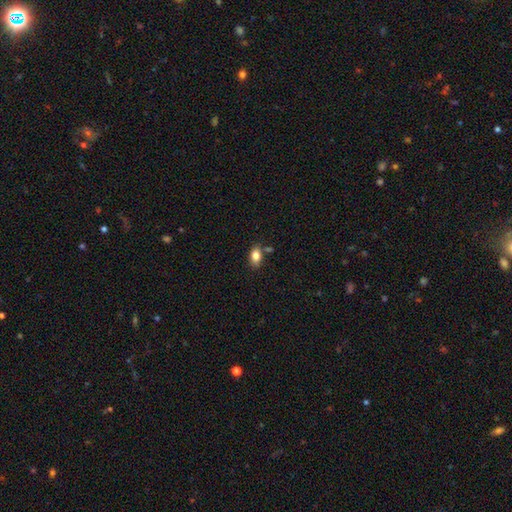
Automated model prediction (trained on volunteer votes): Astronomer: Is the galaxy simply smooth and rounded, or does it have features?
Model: smooth — 82%.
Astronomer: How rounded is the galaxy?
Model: in between — 87%.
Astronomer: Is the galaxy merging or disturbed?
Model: none — 74%.